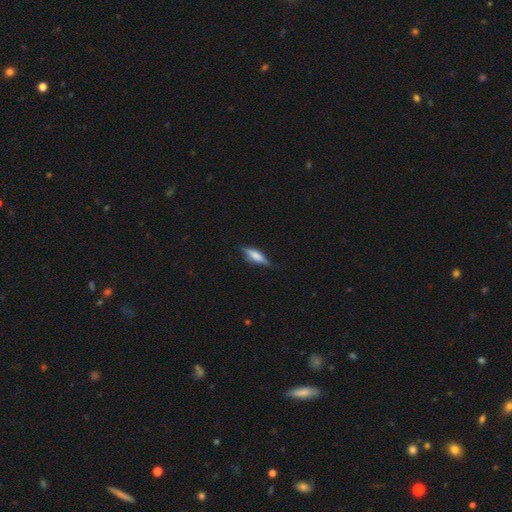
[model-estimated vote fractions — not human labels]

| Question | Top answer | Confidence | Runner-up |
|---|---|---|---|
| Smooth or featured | smooth | 49% | featured or disk (44%) |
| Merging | none | 74% | minor disturbance (20%) |